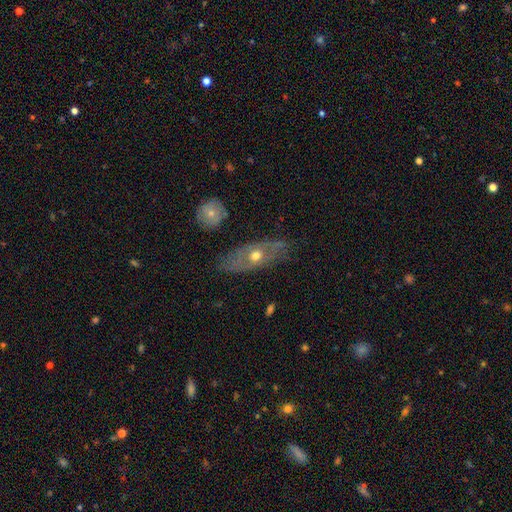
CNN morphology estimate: Smooth or featured?
  - featured or disk: 65% *
  - smooth: 29%
  - star or artifact: 6%
Edge-on disk?
  - no: 70% *
  - yes: 30%
Merging?
  - none: 72% *
  - minor disturbance: 20%
  - major disturbance: 6%
  - merger: 2%